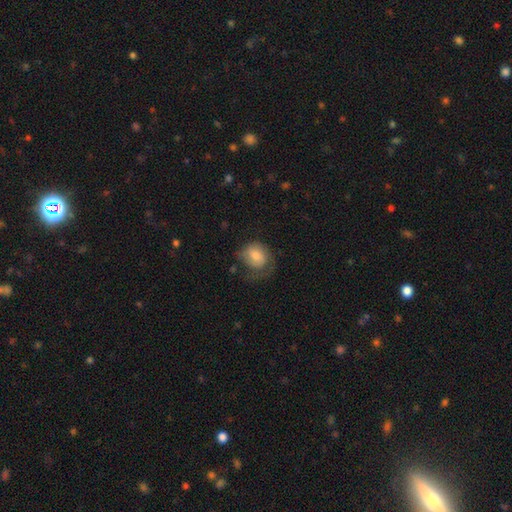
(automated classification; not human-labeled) Q: Smooth or featured?
A: smooth (63%); runner-up: featured or disk (28%)
Q: How rounded?
A: round (58%); runner-up: in between (41%)
Q: Merging?
A: none (45%); runner-up: minor disturbance (27%)